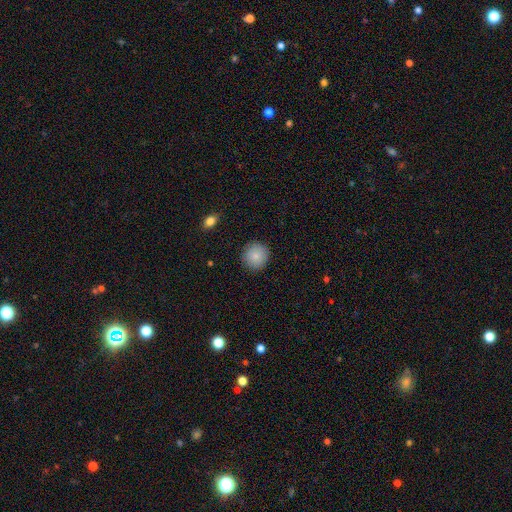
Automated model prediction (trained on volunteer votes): The model was most divided on "smooth or featured": smooth: 85%, star or artifact: 8%, featured or disk: 6%. More confident: how rounded — round (94%); merging — none (91%).